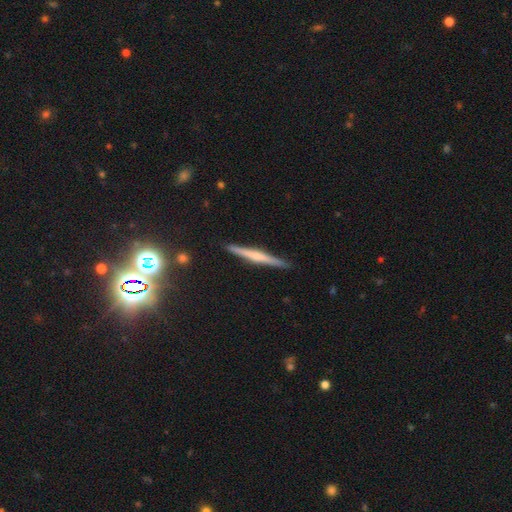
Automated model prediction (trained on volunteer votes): Smooth or featured: featured or disk — 59% (smooth — 34%)
Edge-on disk: yes — 98% (no — 2%)
Edge-on bulge: rounded — 44% (none — 41%)
Merging: none — 91% (minor disturbance — 7%)